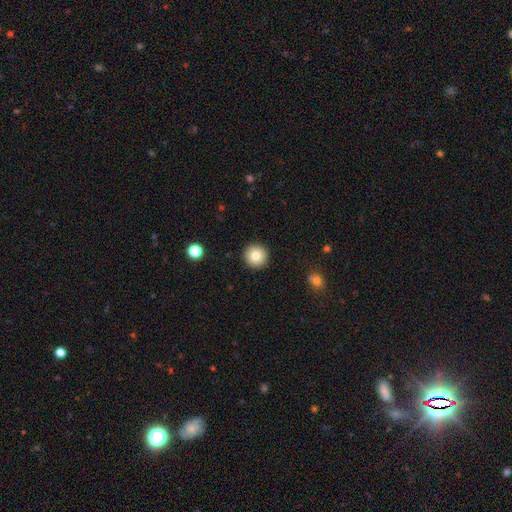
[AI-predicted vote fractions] smooth_or_featured: smooth (p=0.81) [alt: star or artifact p=0.10]
how_rounded: round (p=0.96) [alt: in between p=0.03]
merging: none (p=0.92) [alt: minor disturbance p=0.05]